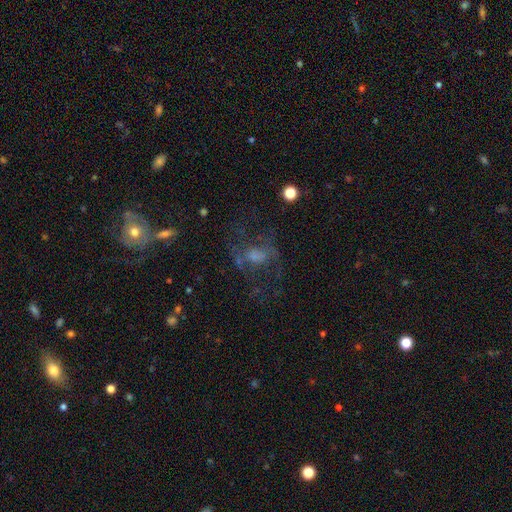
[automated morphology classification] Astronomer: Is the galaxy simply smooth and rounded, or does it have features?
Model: featured or disk — 53% (runner-up: smooth, 29%).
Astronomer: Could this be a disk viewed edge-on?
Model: no — 96%.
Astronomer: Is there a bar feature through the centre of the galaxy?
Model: no — 68%.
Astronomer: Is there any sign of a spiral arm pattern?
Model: no — 53% (runner-up: yes, 47%).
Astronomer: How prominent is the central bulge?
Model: small — 30%, tied with none at 30%.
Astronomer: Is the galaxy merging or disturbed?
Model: none — 48% (runner-up: major disturbance, 32%).